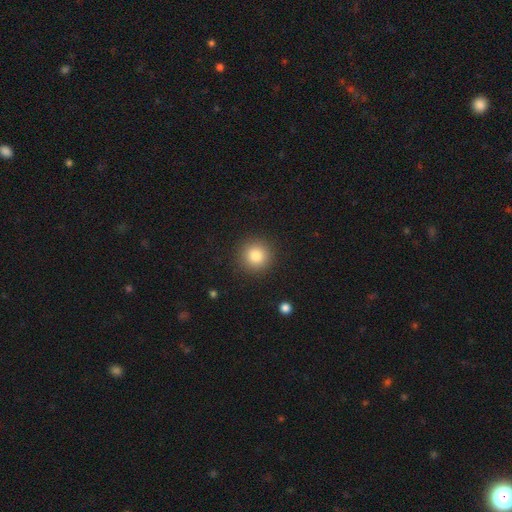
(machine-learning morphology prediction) Smooth or featured? Predicted: smooth (p=0.82). How rounded? Predicted: round (p=0.94). Merging? Predicted: none (p=0.90).